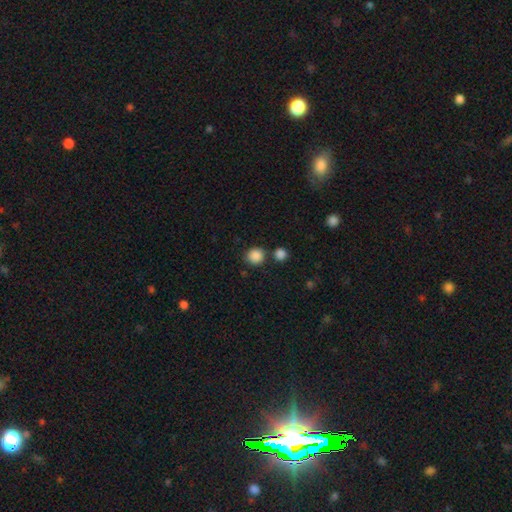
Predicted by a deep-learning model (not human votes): This is clearly a smooth galaxy (87%). How rounded: clearly round (89%). Merging: likely none (76%).